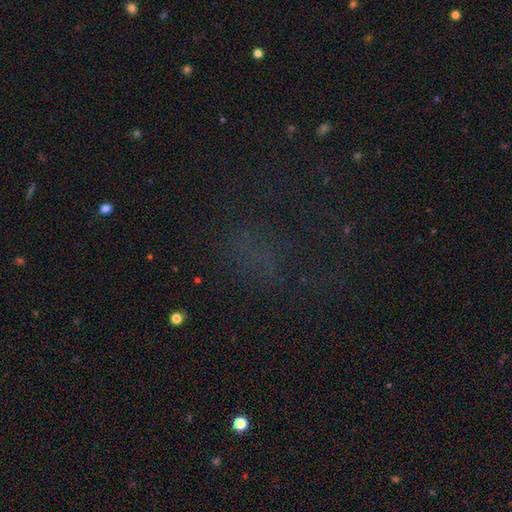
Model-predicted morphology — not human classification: Smooth or featured? star or artifact (50%)